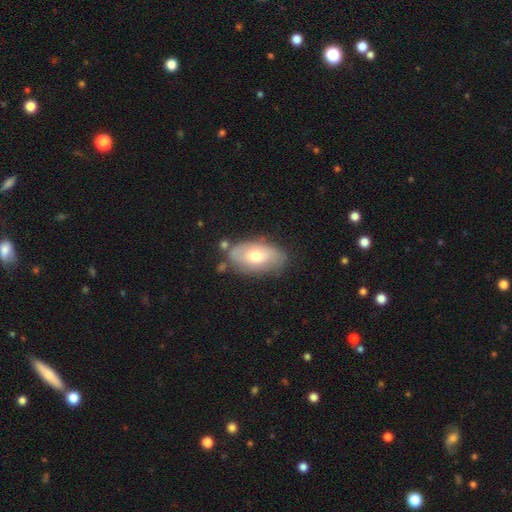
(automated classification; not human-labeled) smooth-or-featured: smooth: 57% | featured or disk: 37% | star or artifact: 6%
  how-rounded: in between: 92% | round: 5% | cigar-shaped: 3%
  merging: none: 68% | minor disturbance: 21% | merger: 6% | major disturbance: 5%